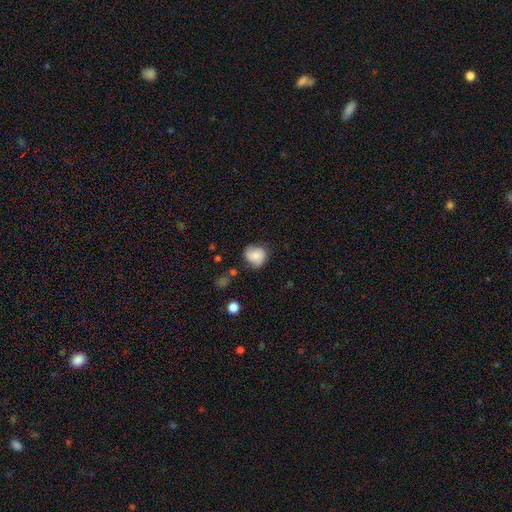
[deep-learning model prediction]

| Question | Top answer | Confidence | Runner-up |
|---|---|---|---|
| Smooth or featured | smooth | 70% | featured or disk (21%) |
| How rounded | round | 79% | in between (20%) |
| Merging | none | 69% | minor disturbance (23%) |